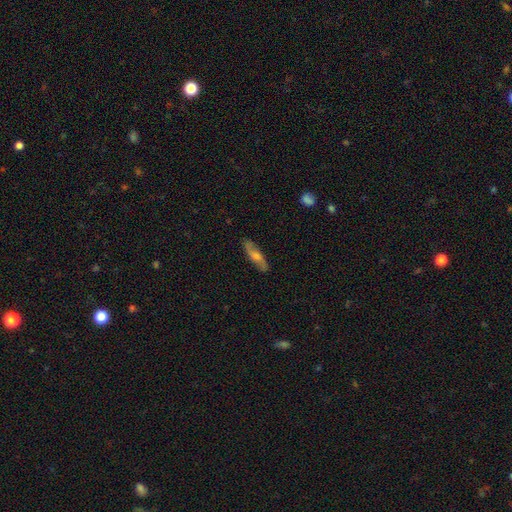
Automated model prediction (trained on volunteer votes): A featured or disk galaxy (58%).

Vote fractions:
- Smooth or featured? featured or disk: 58% / smooth: 35% / star or artifact: 7%
- Edge-on disk? no: 64% / yes: 36%
- Merging? none: 85% / minor disturbance: 11% / major disturbance: 3% / merger: 1%